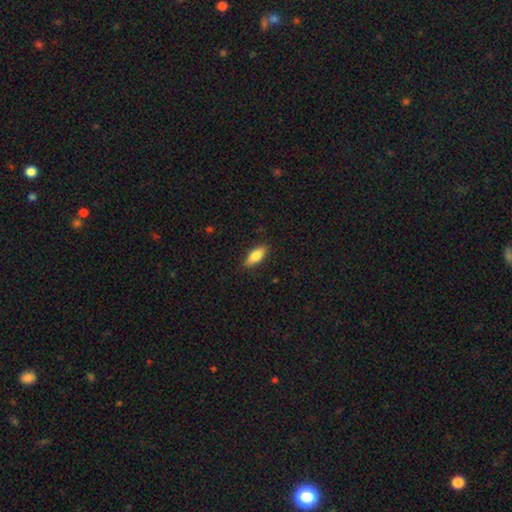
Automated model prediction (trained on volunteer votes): Morphology: type=smooth (76%); roundness=in between (73%); merging=none (88%).